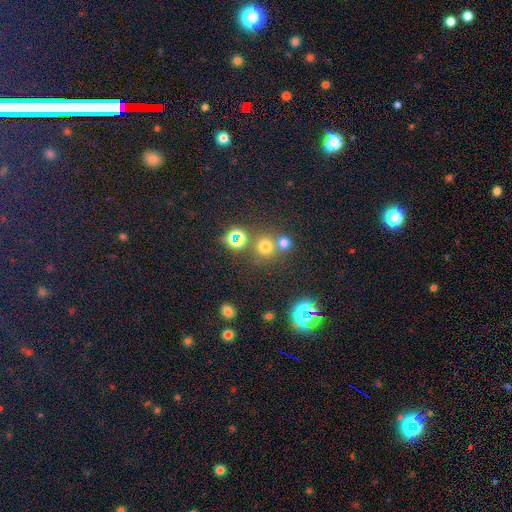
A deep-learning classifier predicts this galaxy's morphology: The model was most divided on "smooth or featured": star or artifact: 63%, smooth: 27%, featured or disk: 10%.